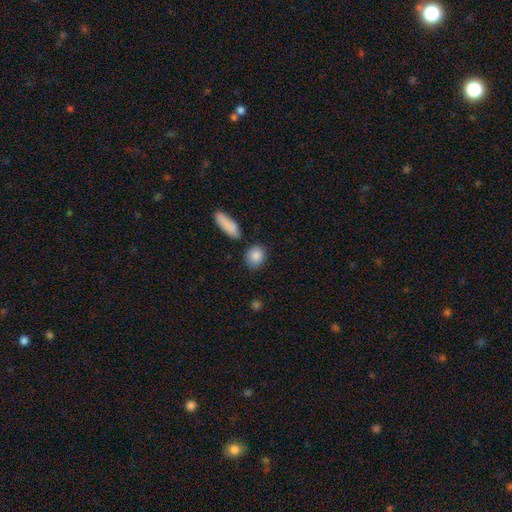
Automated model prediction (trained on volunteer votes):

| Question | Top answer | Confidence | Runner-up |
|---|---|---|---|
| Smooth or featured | smooth | 87% | star or artifact (7%) |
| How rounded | round | 62% | in between (35%) |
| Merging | none | 81% | minor disturbance (11%) |